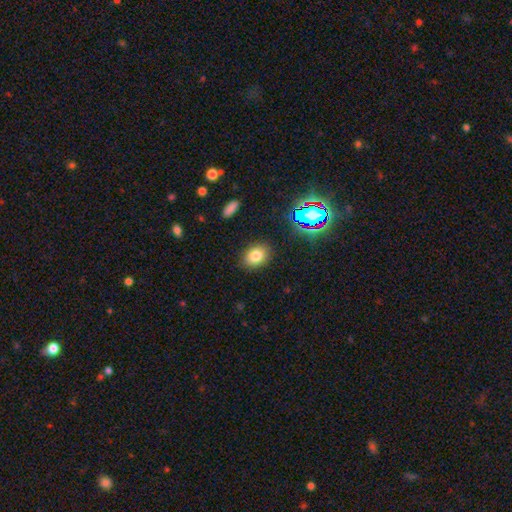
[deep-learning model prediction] Smooth or featured? smooth (79%)
How rounded? in between (65%)
Merging? none (86%)